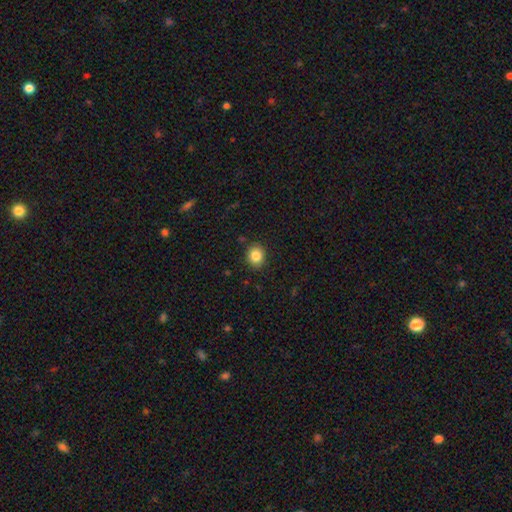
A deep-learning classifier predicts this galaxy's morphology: smooth_or_featured: smooth (p=0.85) [alt: star or artifact p=0.10]
how_rounded: round (p=0.66) [alt: in between p=0.33]
merging: none (p=0.89) [alt: minor disturbance p=0.08]